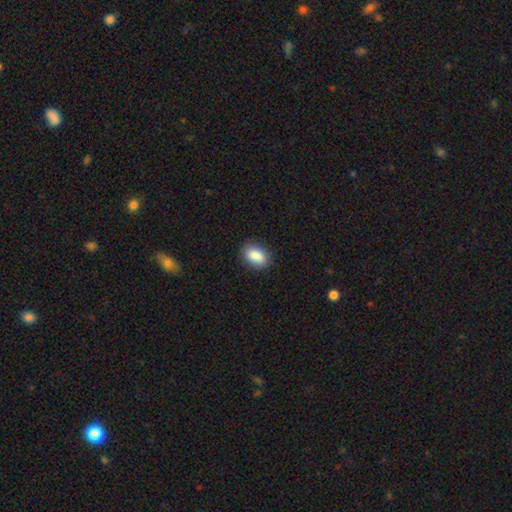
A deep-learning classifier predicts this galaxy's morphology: This appears to be a smooth galaxy with no disk features (87%) that is in between round and cigar-shaped (85%). Merging: none (85%).